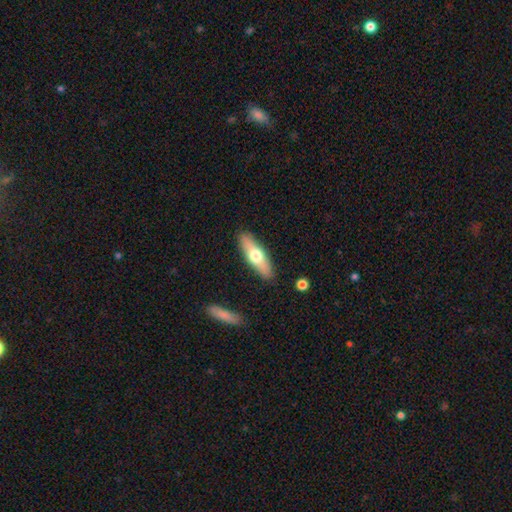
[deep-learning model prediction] Smooth or featured: smooth — 56% (featured or disk — 39%)
How rounded: cigar-shaped — 53% (in between — 44%)
Merging: none — 88% (minor disturbance — 8%)